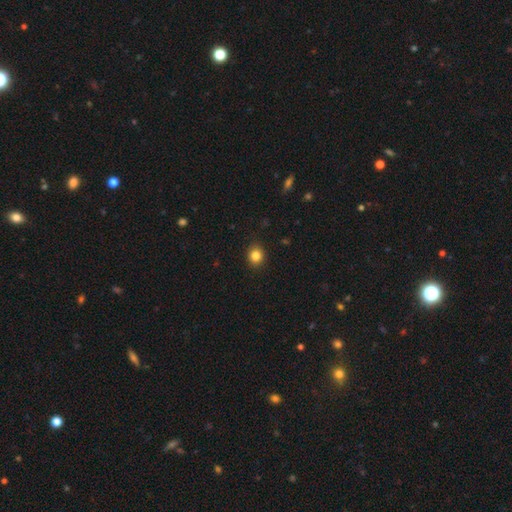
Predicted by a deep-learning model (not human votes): smooth 84%, star or artifact 11%, featured or disk 5%. Down the decision tree: how rounded — round (76%); merging — none (90%).